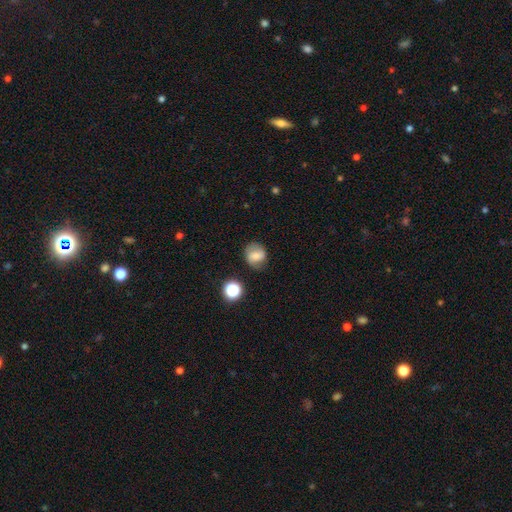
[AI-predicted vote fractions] Smooth or featured? smooth (60%)
How rounded? round (69%)
Merging? none (74%)